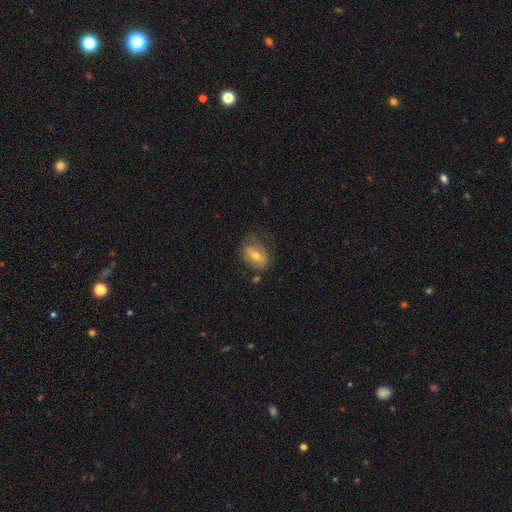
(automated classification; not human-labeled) A featured or disk galaxy (49%).

Vote fractions:
- Smooth or featured? featured or disk: 49% / smooth: 41% / star or artifact: 9%
- Merging? none: 52% / minor disturbance: 27% / major disturbance: 18% / merger: 3%